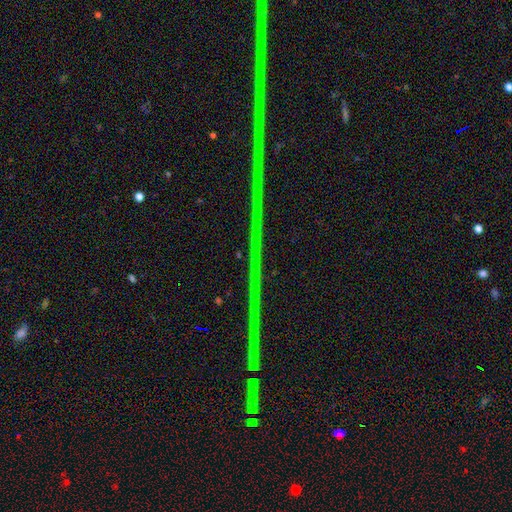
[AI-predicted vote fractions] This is clearly a star or artifact rather than a galaxy (89%).